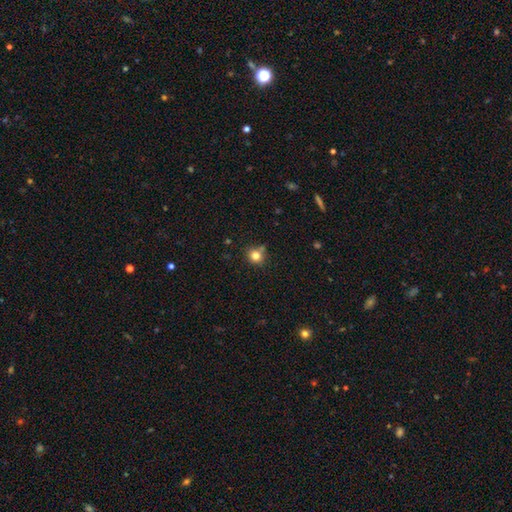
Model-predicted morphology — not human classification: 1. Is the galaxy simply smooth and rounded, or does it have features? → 80% smooth, 13% star or artifact, 7% featured or disk.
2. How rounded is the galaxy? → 88% round, 11% in between, 1% cigar-shaped.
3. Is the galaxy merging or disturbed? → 72% none, 16% minor disturbance, 8% merger, 4% major disturbance.